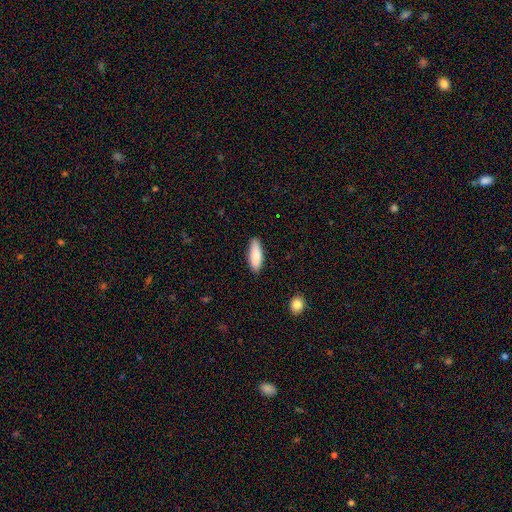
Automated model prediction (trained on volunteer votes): A smooth galaxy with no disk features (87%) that is in between round and cigar-shaped (61%).

Vote fractions:
- Smooth or featured? smooth: 87% / featured or disk: 7% / star or artifact: 6%
- How rounded? in between: 61% / cigar-shaped: 38% / round: 2%
- Merging? none: 88% / minor disturbance: 10% / major disturbance: 2% / merger: 1%